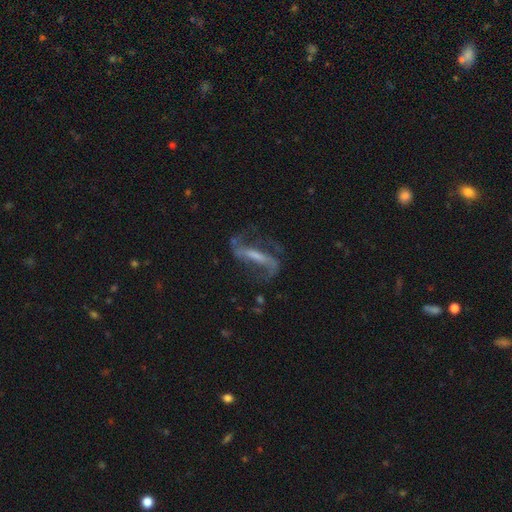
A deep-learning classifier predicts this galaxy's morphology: type=featured or disk (83%); edge-on=no (85%); bar=strong (63%); spiral arms=yes (92%); winding=loose (54%); arm count=2 (89%); bulge=small (39%); merging=none (61%).